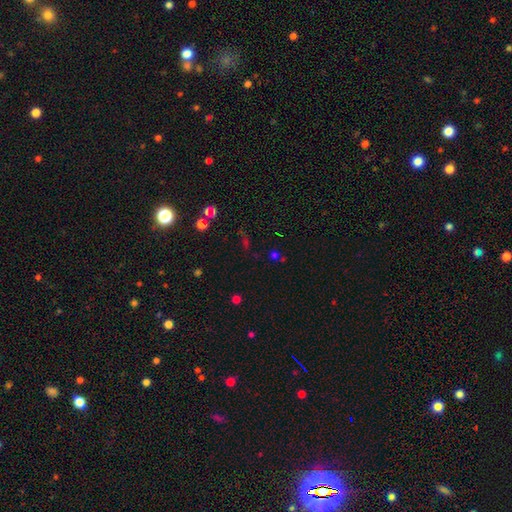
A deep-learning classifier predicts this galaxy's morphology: smooth-or-featured: star or artifact: 50% | smooth: 40% | featured or disk: 10%